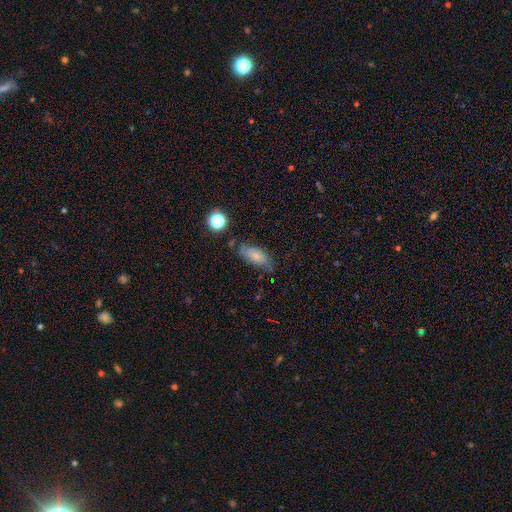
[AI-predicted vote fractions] Smooth or featured: smooth — 69% (featured or disk — 21%)
How rounded: in between — 84% (cigar-shaped — 12%)
Merging: none — 64% (minor disturbance — 25%)